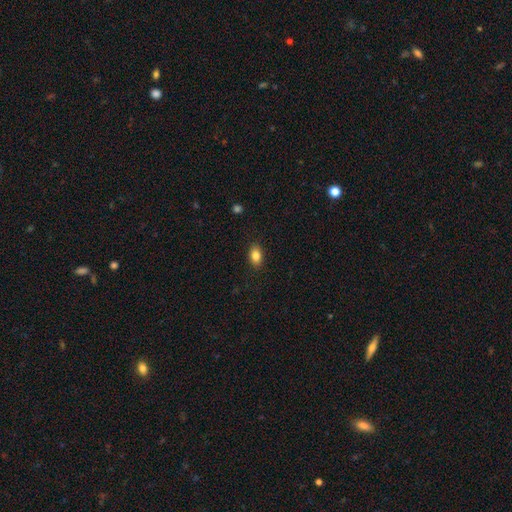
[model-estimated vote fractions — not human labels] smooth 84%, star or artifact 8%, featured or disk 7%. Down the decision tree: how rounded — in between (88%); merging — none (88%).